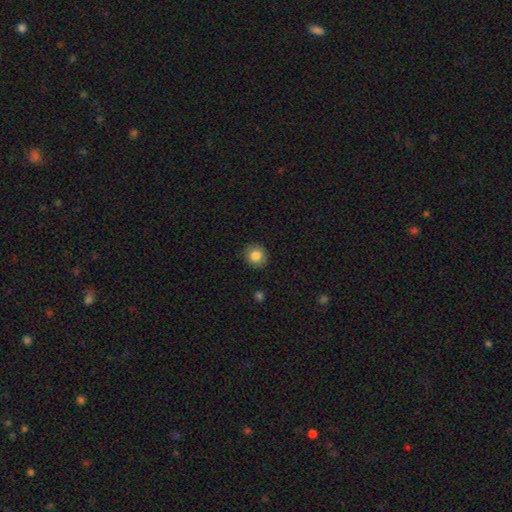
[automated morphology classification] This is clearly a smooth galaxy (84%). How rounded: clearly round (85%). Merging: clearly none (86%).